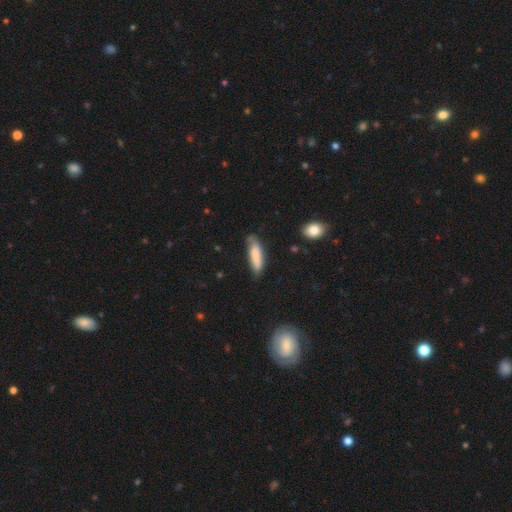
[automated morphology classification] type=smooth (78%); roundness=cigar-shaped (65%); merging=none (66%).